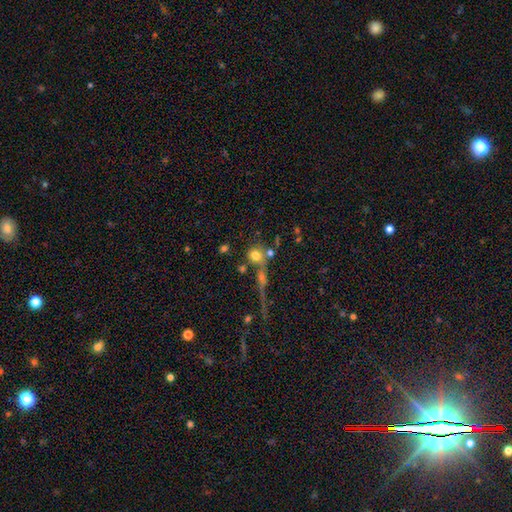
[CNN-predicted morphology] Smooth or featured? smooth (71%)
How rounded? round (83%)
Merging? none (54%)